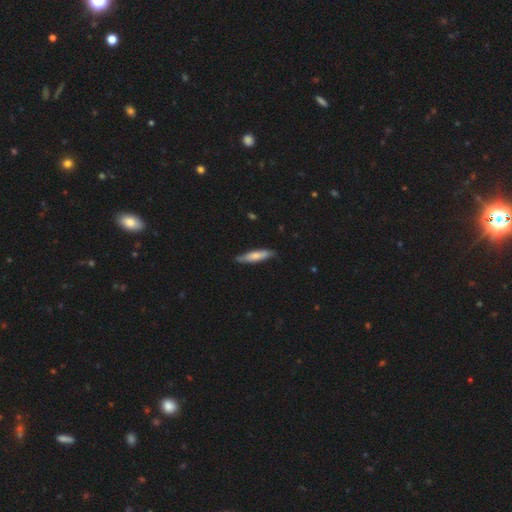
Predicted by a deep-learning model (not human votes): Overall: smooth (68%). How rounded: cigar-shaped (80%). Merging: none (82%).